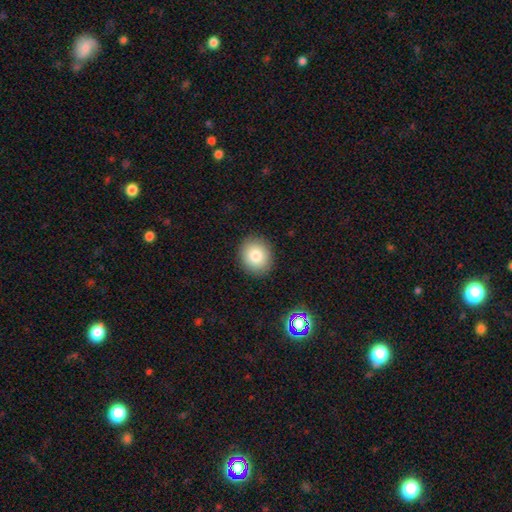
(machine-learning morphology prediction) smooth_or_featured: smooth (p=0.82) [alt: star or artifact p=0.10]
how_rounded: round (p=0.75) [alt: in between p=0.24]
merging: none (p=0.90) [alt: minor disturbance p=0.07]